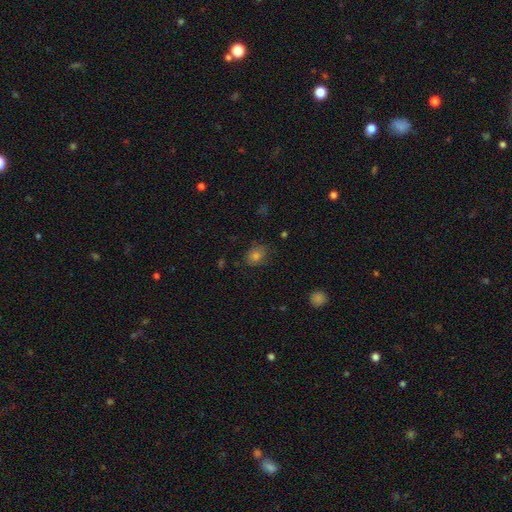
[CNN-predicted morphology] Smooth or featured?
  - smooth: 74% *
  - star or artifact: 17%
  - featured or disk: 10%
How rounded?
  - round: 54% *
  - in between: 45%
  - cigar-shaped: 1%
Merging?
  - none: 77% *
  - minor disturbance: 17%
  - major disturbance: 4%
  - merger: 1%